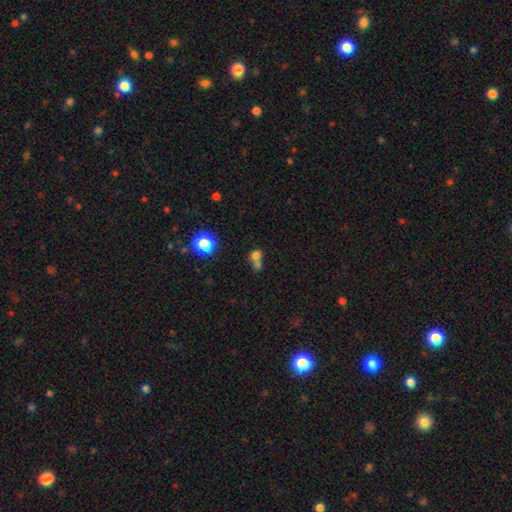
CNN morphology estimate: Smooth or featured?
  - smooth: 70% *
  - star or artifact: 18%
  - featured or disk: 12%
How rounded?
  - round: 68% *
  - in between: 31%
  - cigar-shaped: 1%
Merging?
  - merger: 57% *
  - none: 33%
  - minor disturbance: 6%
  - major disturbance: 4%